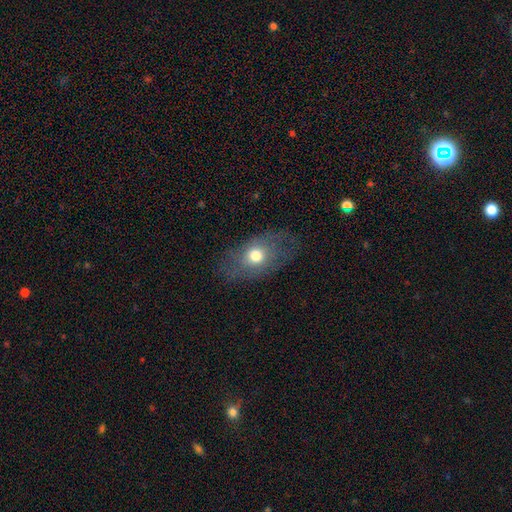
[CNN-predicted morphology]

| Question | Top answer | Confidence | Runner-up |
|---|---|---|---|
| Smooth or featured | smooth | 63% | featured or disk (27%) |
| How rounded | in between | 75% | round (22%) |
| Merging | none | 70% | minor disturbance (18%) |